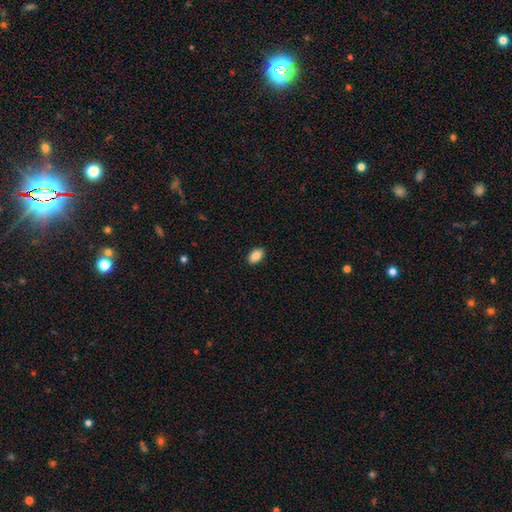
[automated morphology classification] Smooth or featured: smooth — 87% (star or artifact — 8%)
How rounded: in between — 91% (round — 7%)
Merging: none — 90% (minor disturbance — 7%)